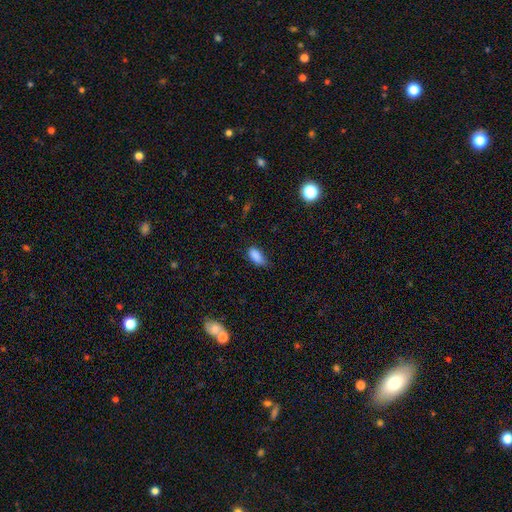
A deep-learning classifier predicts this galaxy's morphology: Q: Smooth or featured?
A: smooth (86%); runner-up: star or artifact (9%)
Q: How rounded?
A: in between (88%); runner-up: cigar-shaped (9%)
Q: Merging?
A: none (58%); runner-up: minor disturbance (33%)